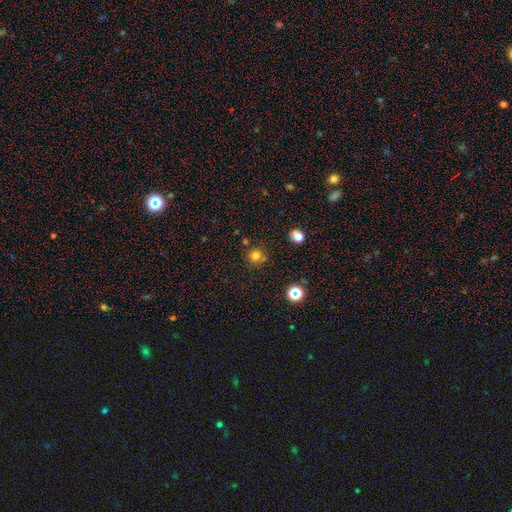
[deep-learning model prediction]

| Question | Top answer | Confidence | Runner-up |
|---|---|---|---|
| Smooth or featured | smooth | 77% | star or artifact (17%) |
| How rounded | round | 92% | in between (7%) |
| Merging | none | 81% | minor disturbance (10%) |